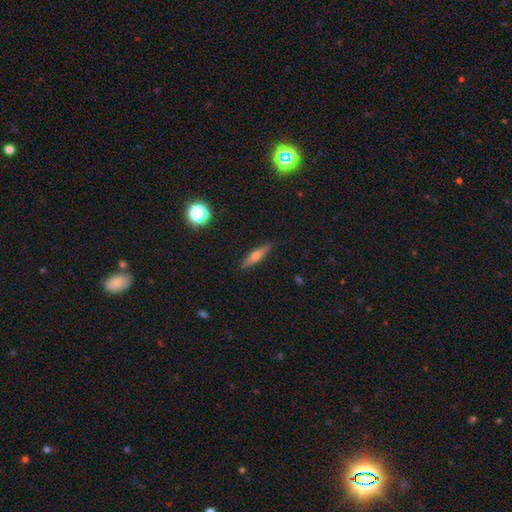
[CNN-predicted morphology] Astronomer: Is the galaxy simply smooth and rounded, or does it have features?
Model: featured or disk — 57% (runner-up: smooth, 34%).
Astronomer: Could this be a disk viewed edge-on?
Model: yes — 96%.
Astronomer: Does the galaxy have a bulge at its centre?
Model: rounded — 87%.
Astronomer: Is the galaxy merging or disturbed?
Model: none — 89%.